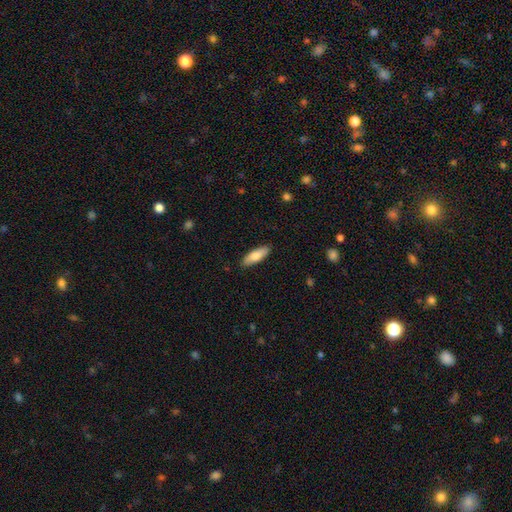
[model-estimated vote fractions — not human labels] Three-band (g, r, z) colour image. It shows a smooth galaxy with no disk features (79%) that is in between round and cigar-shaped (56%). Merging: none (87%).